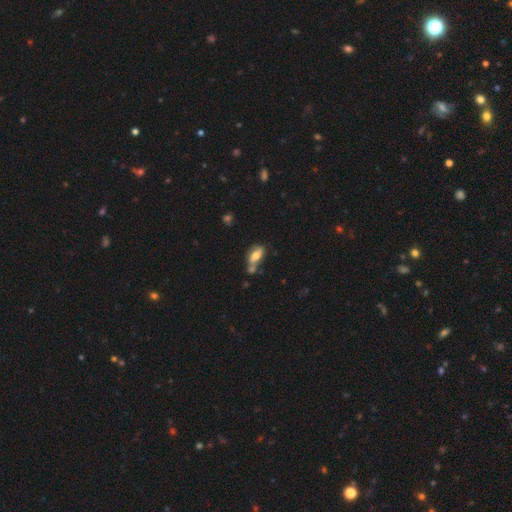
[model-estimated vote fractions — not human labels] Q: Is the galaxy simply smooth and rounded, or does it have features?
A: smooth — 61%.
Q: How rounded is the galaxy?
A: in between — 84%.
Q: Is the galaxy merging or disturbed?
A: none — 38%.